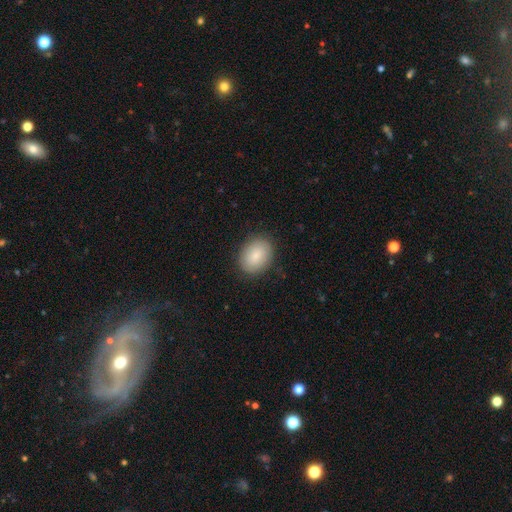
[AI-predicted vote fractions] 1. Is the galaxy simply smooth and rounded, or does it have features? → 83% smooth, 11% featured or disk, 7% star or artifact.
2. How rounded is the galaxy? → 64% in between, 35% round, 1% cigar-shaped.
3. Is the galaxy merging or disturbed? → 86% none, 10% minor disturbance, 3% major disturbance, 1% merger.